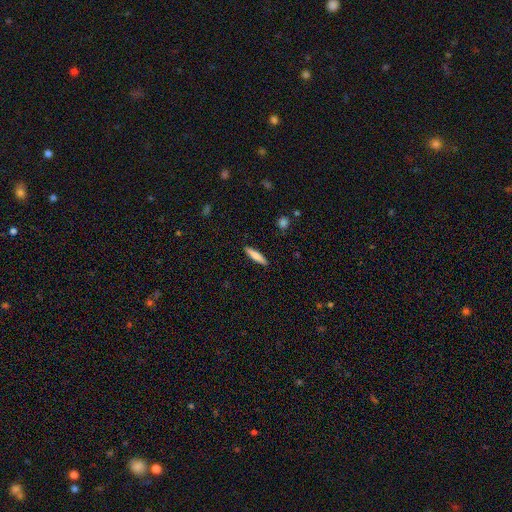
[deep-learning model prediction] Smooth or featured: smooth — 76% (featured or disk — 18%)
How rounded: cigar-shaped — 84% (in between — 14%)
Merging: none — 90% (minor disturbance — 7%)